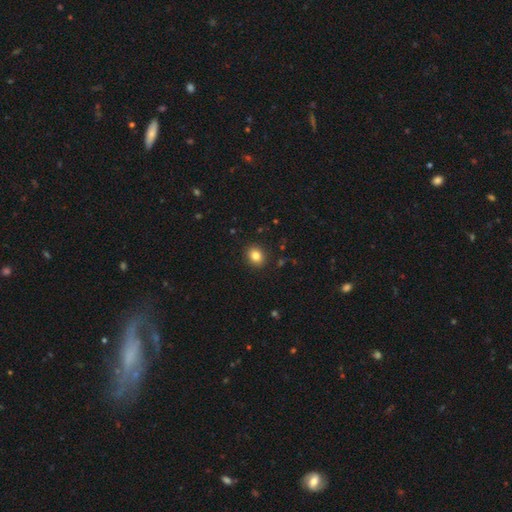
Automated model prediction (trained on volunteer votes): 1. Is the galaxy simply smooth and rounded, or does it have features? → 83% smooth, 10% star or artifact, 6% featured or disk.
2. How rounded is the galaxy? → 56% round, 43% in between, 1% cigar-shaped.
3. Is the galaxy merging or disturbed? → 90% none, 7% minor disturbance, 2% major disturbance, 1% merger.